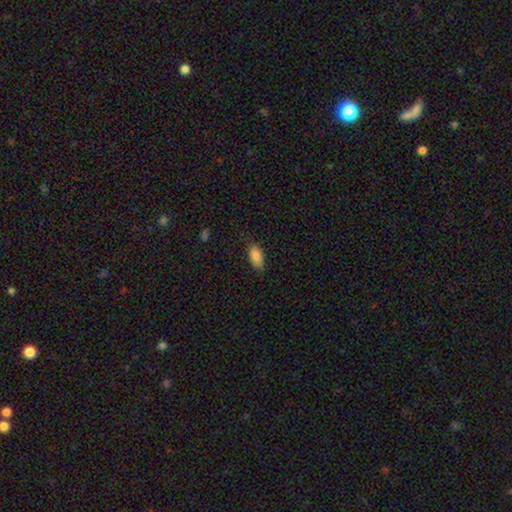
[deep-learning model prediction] Smooth or featured? Predicted: smooth (p=0.87). How rounded? Predicted: in between (p=0.88). Merging? Predicted: none (p=0.81).